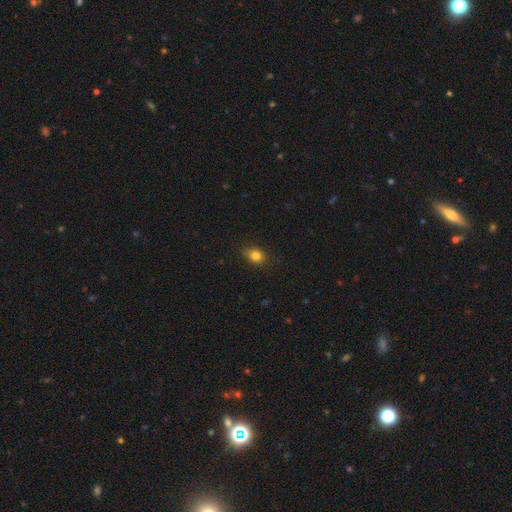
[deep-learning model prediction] A smooth galaxy with no disk features (82%) that is round (52%).

Vote fractions:
- Smooth or featured? smooth: 82% / star or artifact: 12% / featured or disk: 6%
- How rounded? round: 52% / in between: 46% / cigar-shaped: 1%
- Merging? none: 83% / minor disturbance: 13% / major disturbance: 3% / merger: 1%